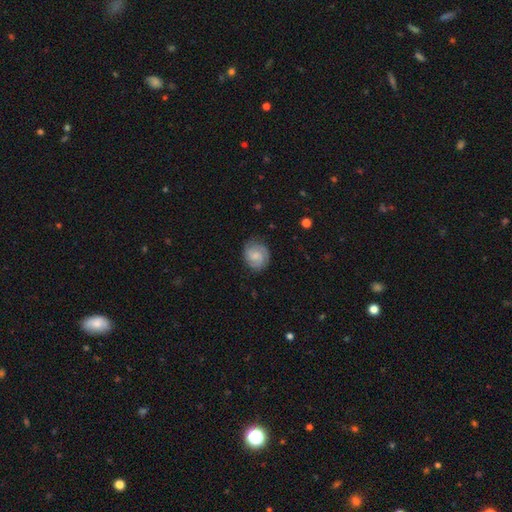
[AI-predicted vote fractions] Smooth or featured? featured or disk (67%)
Edge-on disk? no (98%)
Bar? no (50%)
Spiral arms? yes (95%)
Spiral winding? tight (52%)
Spiral arm count? 2 (64%)
Bulge size? small (38%)
Merging? none (81%)